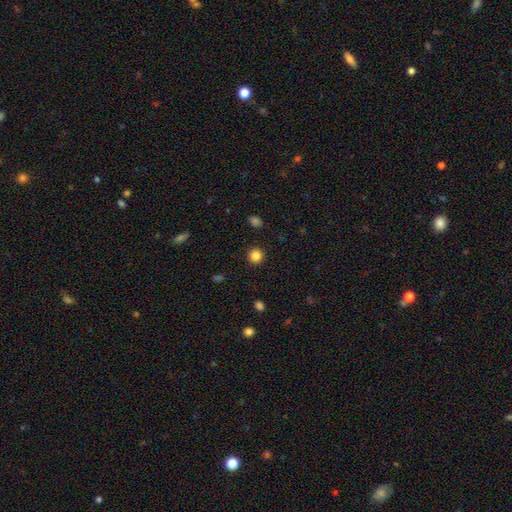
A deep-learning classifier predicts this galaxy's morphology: A smooth galaxy with no disk features (85%) that is round (94%). Merging: none (92%).